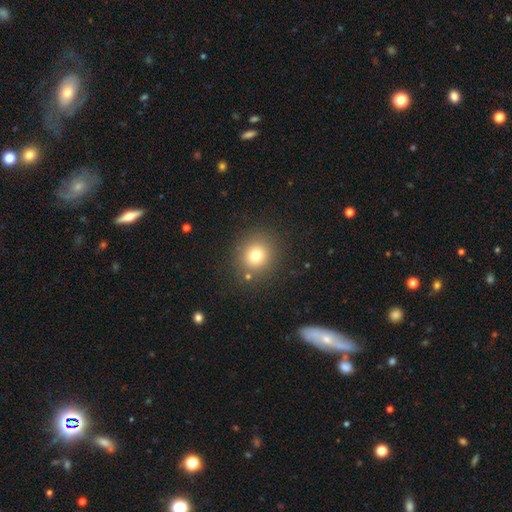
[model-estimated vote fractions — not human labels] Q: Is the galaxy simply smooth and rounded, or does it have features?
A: smooth — 77%.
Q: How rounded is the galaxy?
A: round — 86%.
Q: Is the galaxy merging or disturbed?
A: none — 86%.